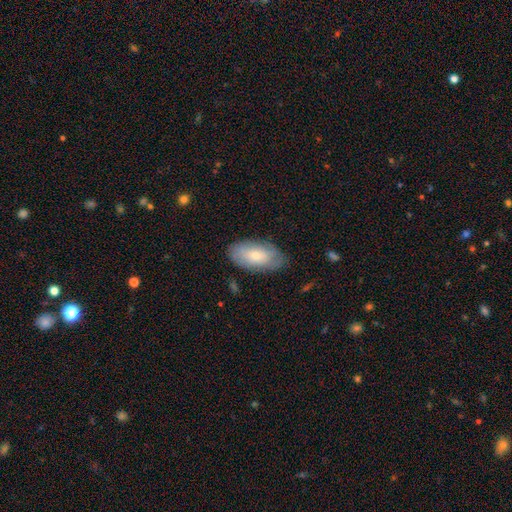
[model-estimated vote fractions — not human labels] Smooth or featured? Predicted: smooth (p=0.65). How rounded? Predicted: in between (p=0.93). Merging? Predicted: none (p=0.76).